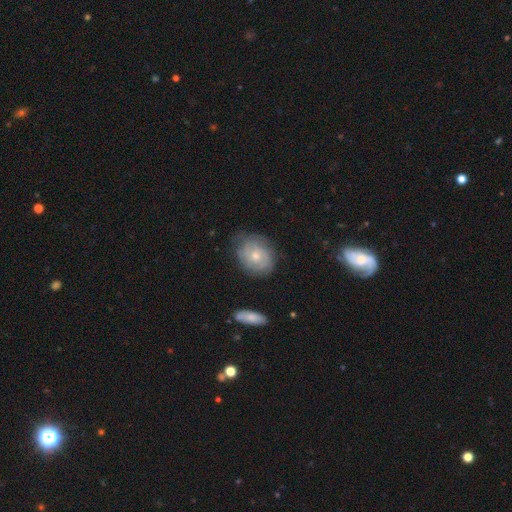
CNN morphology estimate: Smooth or featured? featured or disk (62%)
Edge-on disk? no (96%)
Bar? no (77%)
Spiral arms? yes (81%)
Bulge size? moderate (57%)
Merging? none (68%)